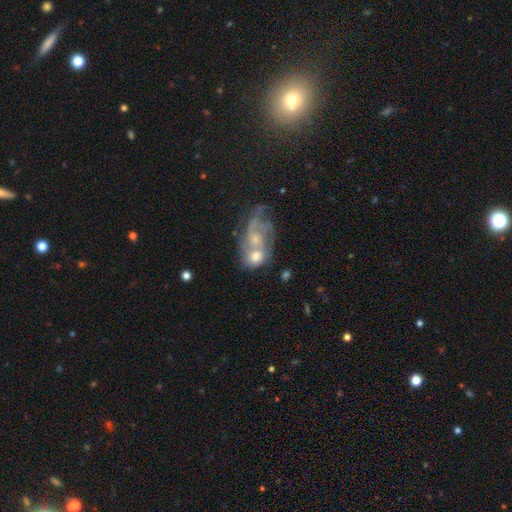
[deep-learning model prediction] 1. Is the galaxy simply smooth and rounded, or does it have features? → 57% featured or disk, 33% smooth, 10% star or artifact.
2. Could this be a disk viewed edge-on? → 96% no, 4% yes.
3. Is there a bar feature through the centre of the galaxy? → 77% no, 19% weak, 4% strong.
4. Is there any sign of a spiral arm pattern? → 65% yes, 35% no.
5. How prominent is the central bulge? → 45% small, 39% moderate, 9% none, 6% large, 2% dominant.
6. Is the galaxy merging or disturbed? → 62% merger, 16% none, 13% major disturbance, 9% minor disturbance.